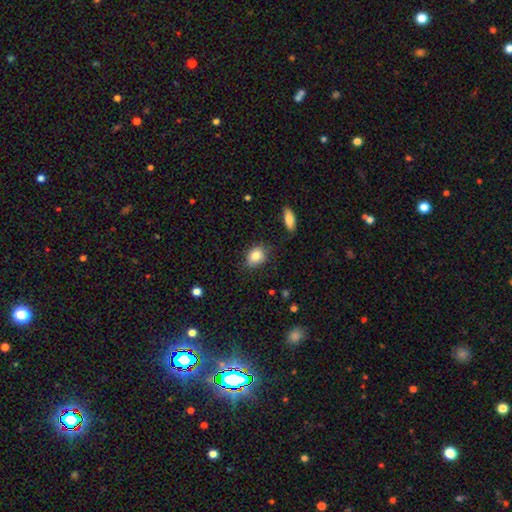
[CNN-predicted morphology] This is clearly a smooth galaxy (84%). How rounded: possibly in between (57%). Merging: likely none (74%).